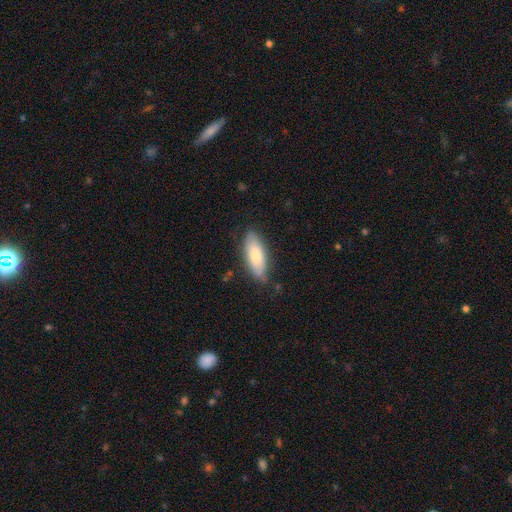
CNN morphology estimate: This appears to be a smooth galaxy with no disk features (77%) that is in between round and cigar-shaped (73%). Merging: none (78%).